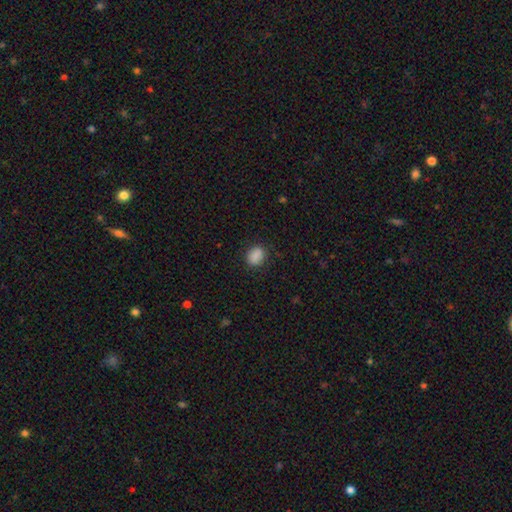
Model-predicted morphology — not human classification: Smooth or featured?
  - smooth: 88% *
  - star or artifact: 9%
  - featured or disk: 3%
How rounded?
  - in between: 61% *
  - round: 38%
  - cigar-shaped: 1%
Merging?
  - none: 85% *
  - minor disturbance: 11%
  - major disturbance: 3%
  - merger: 1%